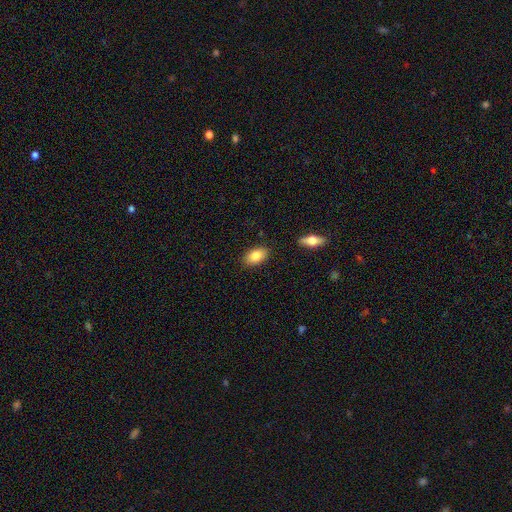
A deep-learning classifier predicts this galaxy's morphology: The model was most divided on "smooth or featured": smooth: 83%, featured or disk: 10%, star or artifact: 7%. More confident: how rounded — in between (91%); merging — none (85%).